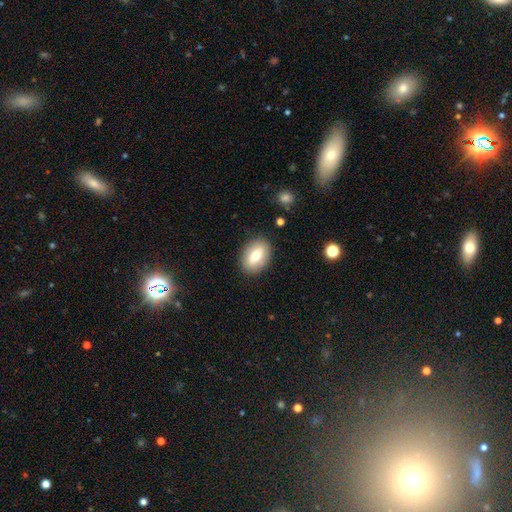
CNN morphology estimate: smooth 68%, featured or disk 25%, star or artifact 7%. Down the decision tree: how rounded — in between (83%); merging — none (87%).